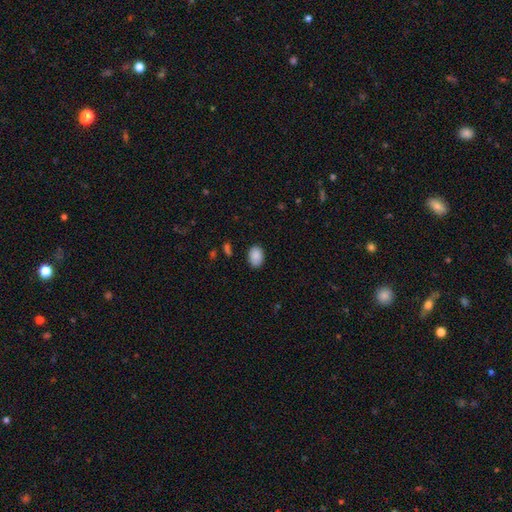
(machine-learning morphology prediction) smooth-or-featured: smooth: 89% | star or artifact: 7% | featured or disk: 4%
  how-rounded: in between: 78% | round: 21% | cigar-shaped: 1%
  merging: none: 83% | minor disturbance: 13% | major disturbance: 3% | merger: 1%